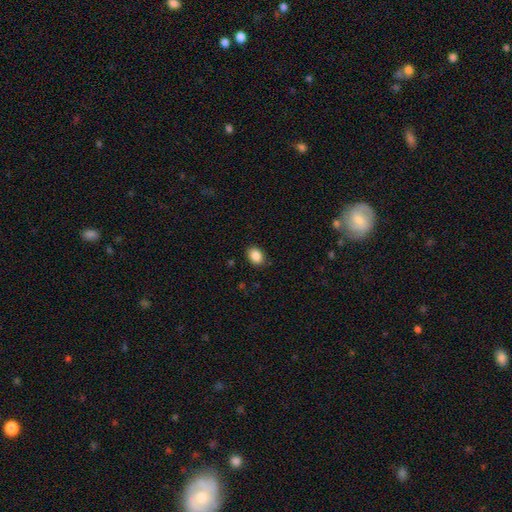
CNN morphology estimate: Smooth or featured: smooth — 88% (star or artifact — 9%)
How rounded: in between — 62% (round — 37%)
Merging: none — 88% (minor disturbance — 9%)